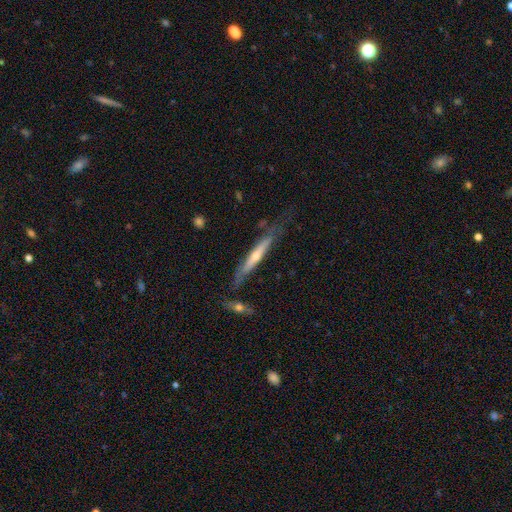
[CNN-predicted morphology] Q: Smooth or featured?
A: featured or disk (68%); runner-up: smooth (26%)
Q: Edge-on disk?
A: yes (91%); runner-up: no (9%)
Q: Edge-on bulge?
A: rounded (72%); runner-up: none (24%)
Q: Merging?
A: none (66%); runner-up: minor disturbance (22%)